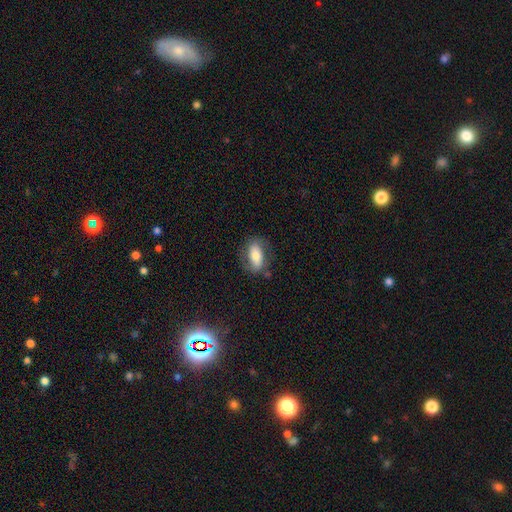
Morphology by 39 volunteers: Smooth or featured?
  - smooth: 72% *
  - featured or disk: 21%
  - star or artifact: 8%
How rounded?
  - in between: 82% *
  - round: 11%
  - cigar-shaped: 7%
Merging?
  - none: 58% *
  - minor disturbance: 28%
  - major disturbance: 11%
  - merger: 3%